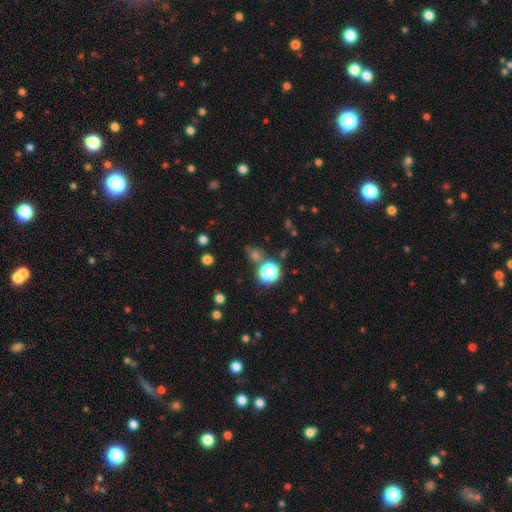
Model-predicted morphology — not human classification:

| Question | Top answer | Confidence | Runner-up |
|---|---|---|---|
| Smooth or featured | star or artifact | 47% | smooth (45%) |